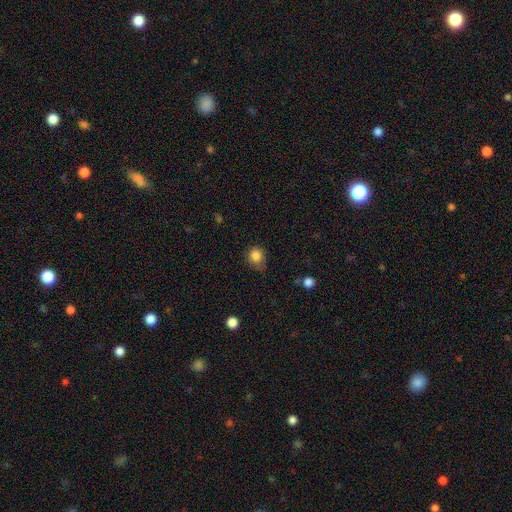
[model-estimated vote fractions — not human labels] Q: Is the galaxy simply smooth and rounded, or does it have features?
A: smooth — 83%.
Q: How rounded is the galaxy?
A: round — 72%.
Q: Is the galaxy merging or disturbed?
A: none — 55%.